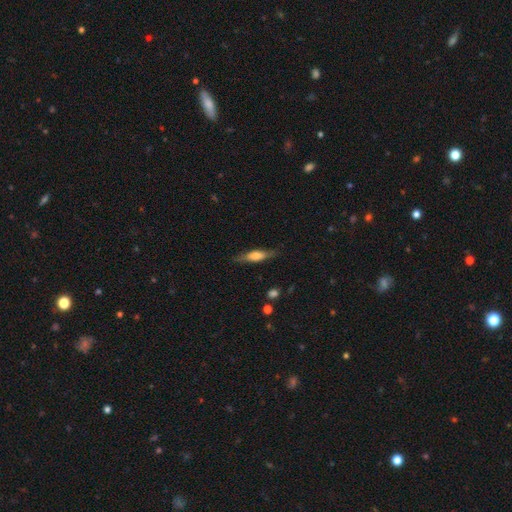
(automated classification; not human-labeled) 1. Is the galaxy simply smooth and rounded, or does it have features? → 49% smooth, 44% featured or disk, 7% star or artifact.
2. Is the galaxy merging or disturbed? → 80% none, 14% minor disturbance, 4% major disturbance, 1% merger.